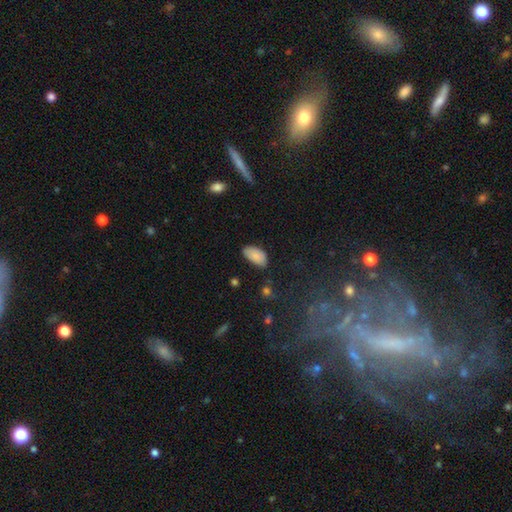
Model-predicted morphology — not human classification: This is clearly a smooth galaxy (86%). How rounded: clearly in between (95%). Merging: likely none (71%).